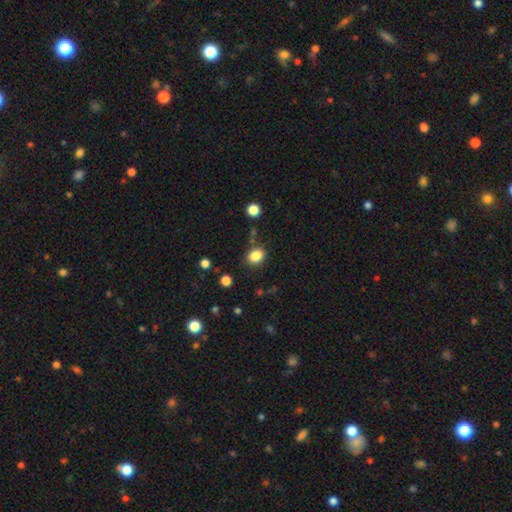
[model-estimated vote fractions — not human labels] Q: Smooth or featured?
A: smooth (85%); runner-up: star or artifact (10%)
Q: How rounded?
A: in between (51%); runner-up: round (48%)
Q: Merging?
A: none (76%); runner-up: minor disturbance (14%)